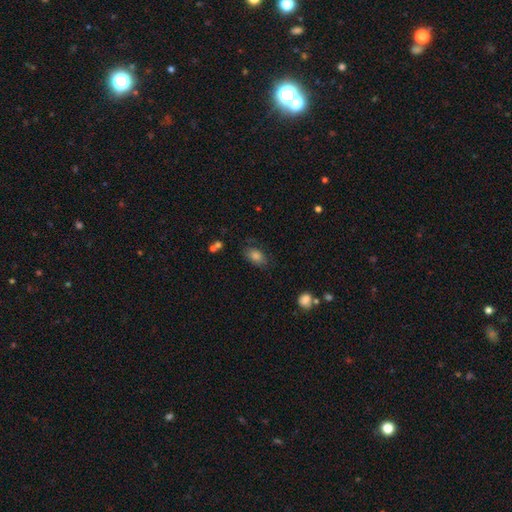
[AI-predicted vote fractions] smooth-or-featured: smooth: 77% | featured or disk: 12% | star or artifact: 11%
  how-rounded: in between: 86% | round: 12% | cigar-shaped: 2%
  merging: none: 72% | minor disturbance: 19% | major disturbance: 7% | merger: 3%